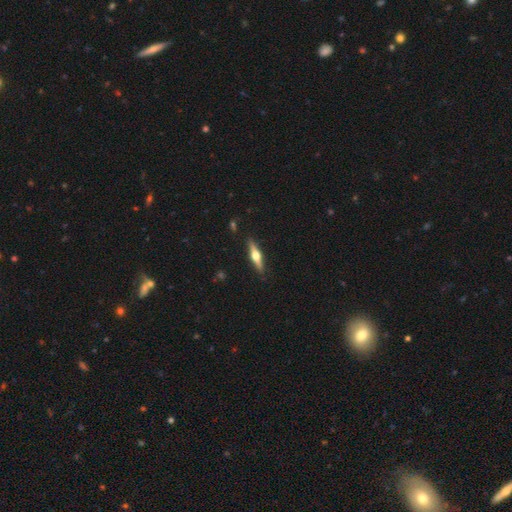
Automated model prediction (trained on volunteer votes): This appears to be a featured or disk galaxy (66%) viewed edge-on (96%) with a rounded central bulge (96%). Merging: none (89%).